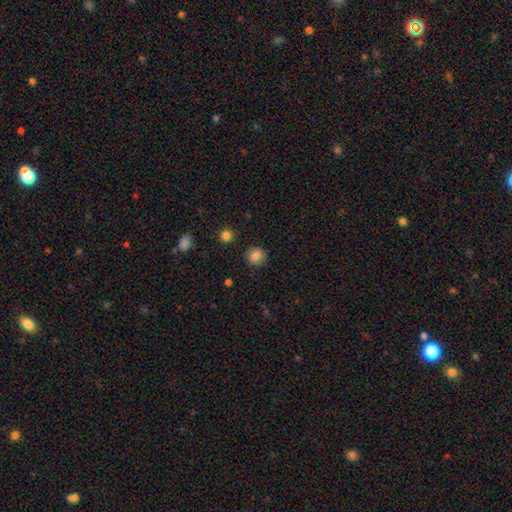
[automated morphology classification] Q: Smooth or featured?
A: smooth (84%); runner-up: star or artifact (10%)
Q: How rounded?
A: round (90%); runner-up: in between (9%)
Q: Merging?
A: none (89%); runner-up: minor disturbance (7%)